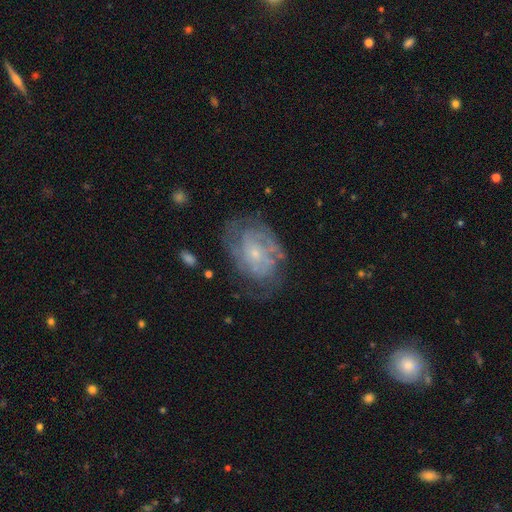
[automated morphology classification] type=featured or disk (74%); edge-on=no (96%); bar=no (73%); spiral arms=yes (82%); winding=tight (58%); arm count=can't tell (49%); bulge=small (75%); merging=none (63%).